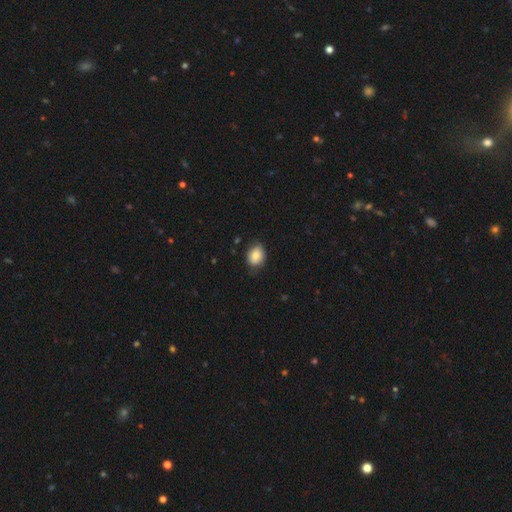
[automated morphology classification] type=smooth (83%); roundness=in between (60%); merging=none (74%).